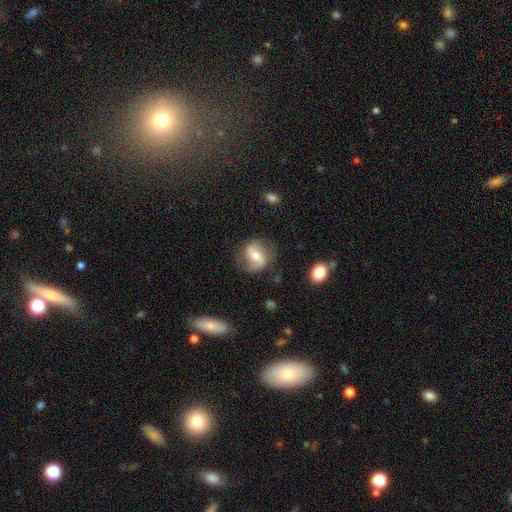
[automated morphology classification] smooth-or-featured: featured or disk: 57% | smooth: 35% | star or artifact: 7%
  disk-edge-on: no: 95% | yes: 5%
    bar: weak: 39% | strong: 36% | no: 25%
    has-spiral-arms: yes: 76% | no: 24%
    bulge-size: moderate: 66% | small: 27% | large: 5% | none: 1% | dominant: 1%
  merging: none: 76% | minor disturbance: 16% | major disturbance: 7% | merger: 2%